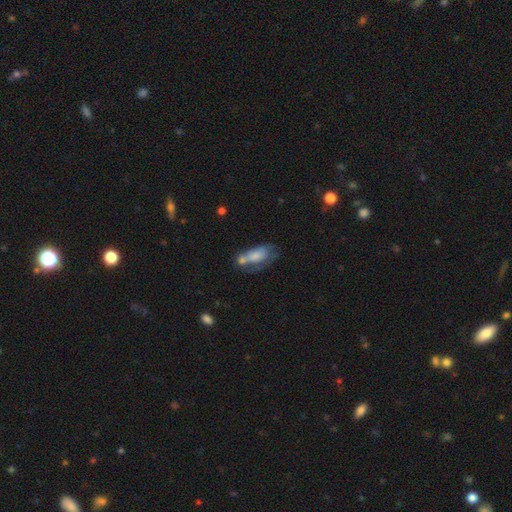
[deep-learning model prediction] Smooth or featured? Predicted: smooth (p=0.61). How rounded? Predicted: in between (p=0.81). Merging? Predicted: none (p=0.29).